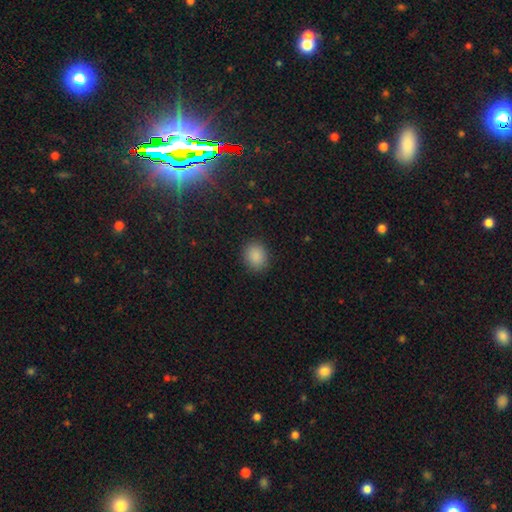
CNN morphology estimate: Smooth or featured? Predicted: smooth (p=0.88). How rounded? Predicted: round (p=0.60). Merging? Predicted: none (p=0.88).